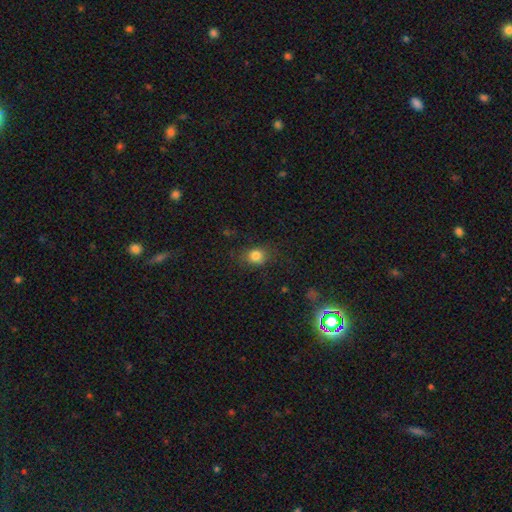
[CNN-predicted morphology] smooth_or_featured: smooth (p=0.82) [alt: star or artifact p=0.12]
how_rounded: round (p=0.64) [alt: in between p=0.35]
merging: none (p=0.78) [alt: minor disturbance p=0.15]